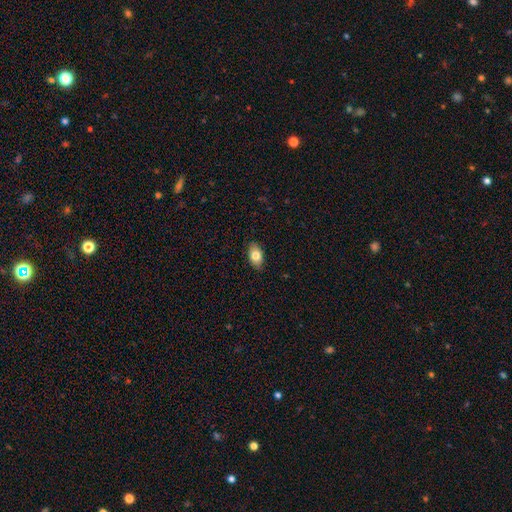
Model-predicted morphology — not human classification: Overall: smooth (80%). How rounded: in between (91%). Merging: none (86%).